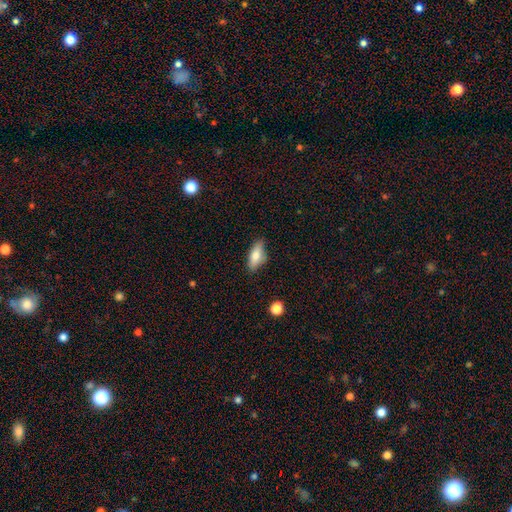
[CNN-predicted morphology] A smooth galaxy with no disk features (76%) that is in between round and cigar-shaped (77%). Merging: none (77%).